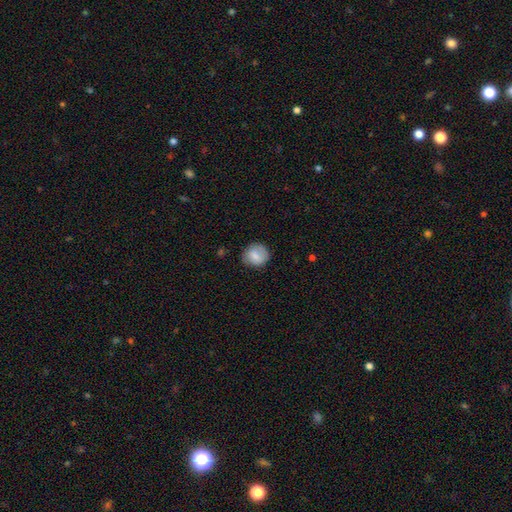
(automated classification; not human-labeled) Smooth or featured? Predicted: smooth (p=0.72). How rounded? Predicted: round (p=0.85). Merging? Predicted: none (p=0.78).